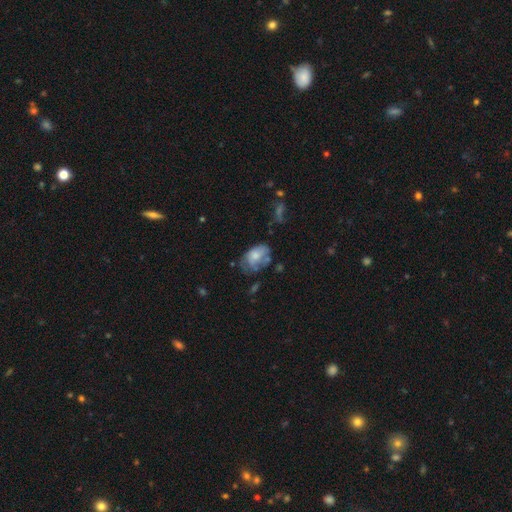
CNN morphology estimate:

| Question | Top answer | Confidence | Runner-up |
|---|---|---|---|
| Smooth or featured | smooth | 59% | featured or disk (33%) |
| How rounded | in between | 87% | round (12%) |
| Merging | none | 41% | minor disturbance (32%) |